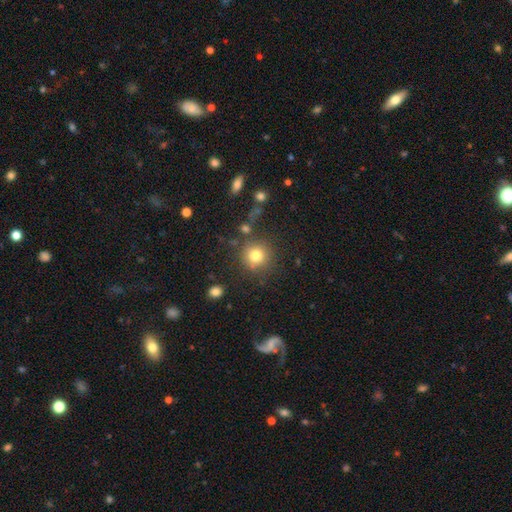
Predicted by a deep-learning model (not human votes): smooth 79%, star or artifact 13%, featured or disk 9%. Down the decision tree: how rounded — round (93%); merging — none (81%).